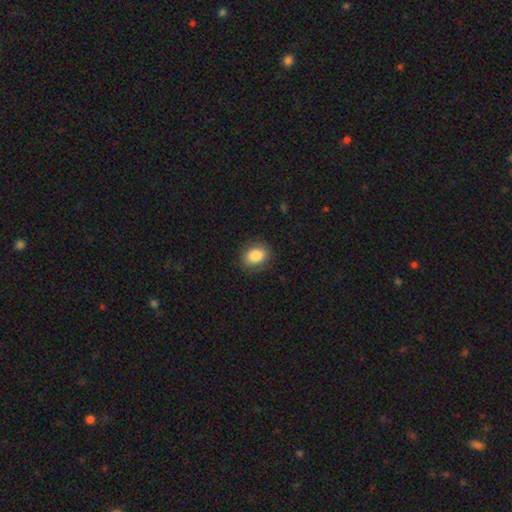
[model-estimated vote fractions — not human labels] smooth-or-featured: smooth: 86% | star or artifact: 8% | featured or disk: 6%
  how-rounded: in between: 57% | round: 42% | cigar-shaped: 1%
  merging: none: 87% | minor disturbance: 10% | major disturbance: 3% | merger: 1%